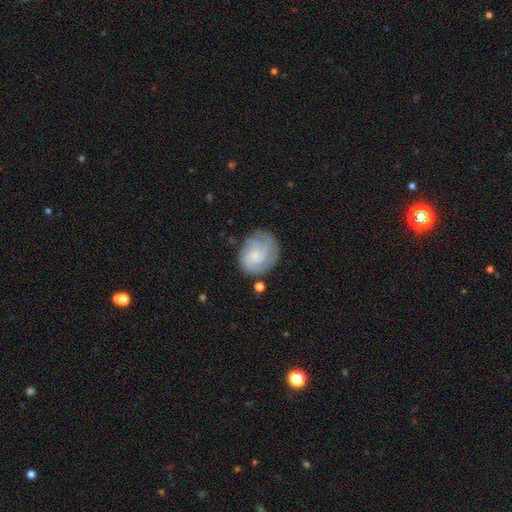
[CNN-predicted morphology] Smooth or featured? Predicted: featured or disk (p=0.60). Edge-on disk? Predicted: no (p=0.98). Bar? Predicted: no (p=0.76). Spiral arms? Predicted: yes (p=0.89). Spiral winding? Predicted: tight (p=0.58). Spiral arm count? Predicted: can't tell (p=0.39). Bulge size? Predicted: small (p=0.70). Merging? Predicted: none (p=0.69).